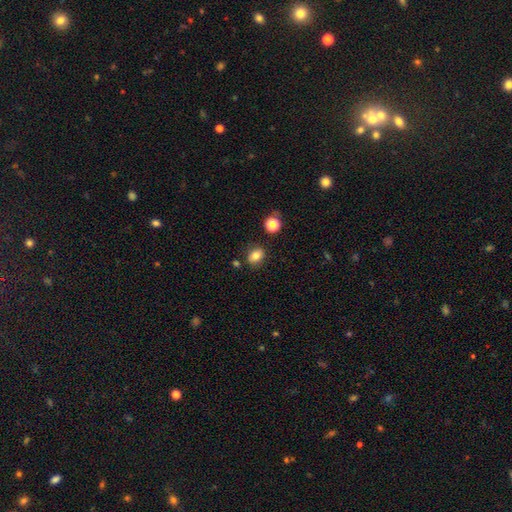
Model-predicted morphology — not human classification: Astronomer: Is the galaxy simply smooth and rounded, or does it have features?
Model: smooth — 80%.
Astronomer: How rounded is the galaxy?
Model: in between — 52% (runner-up: round, 46%).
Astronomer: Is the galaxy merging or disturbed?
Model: none — 82%.